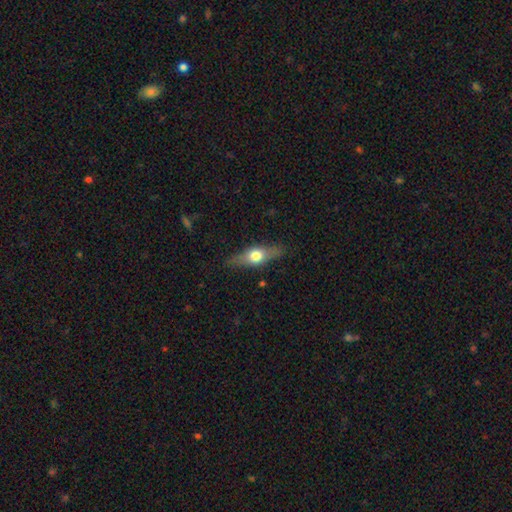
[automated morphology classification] Overall: featured or disk (50%; smooth 43%). Edge-on disk: yes (88%). Merging: none (84%).